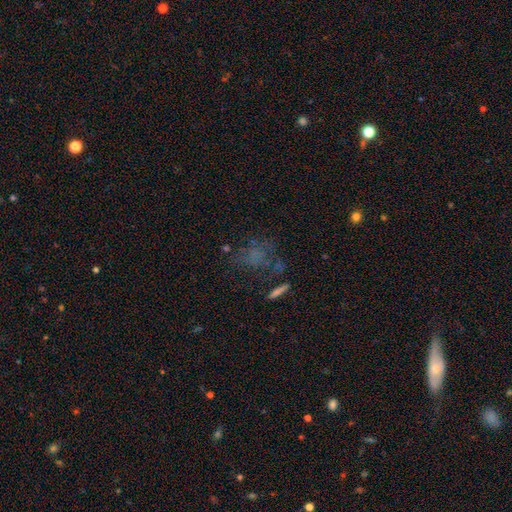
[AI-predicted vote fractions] smooth-or-featured: smooth: 48% | star or artifact: 26% | featured or disk: 26%
  merging: none: 52% | major disturbance: 20% | minor disturbance: 18% | merger: 10%